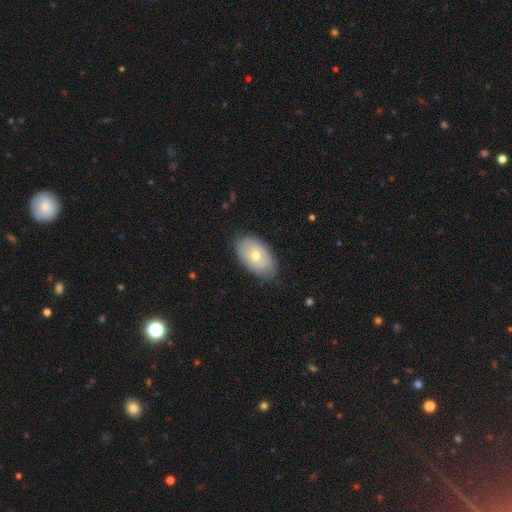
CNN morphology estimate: Overall: smooth (56%; featured or disk 38%). How rounded: in between (90%). Merging: none (80%).